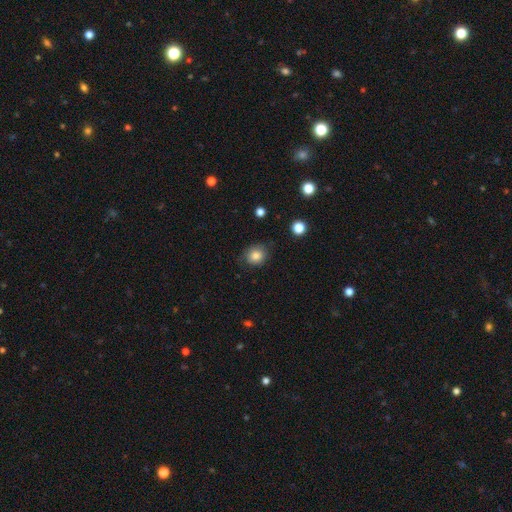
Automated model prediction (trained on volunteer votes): smooth-or-featured: smooth: 82% | star or artifact: 10% | featured or disk: 8%
  how-rounded: round: 77% | in between: 22% | cigar-shaped: 1%
  merging: none: 75% | minor disturbance: 18% | major disturbance: 5% | merger: 1%